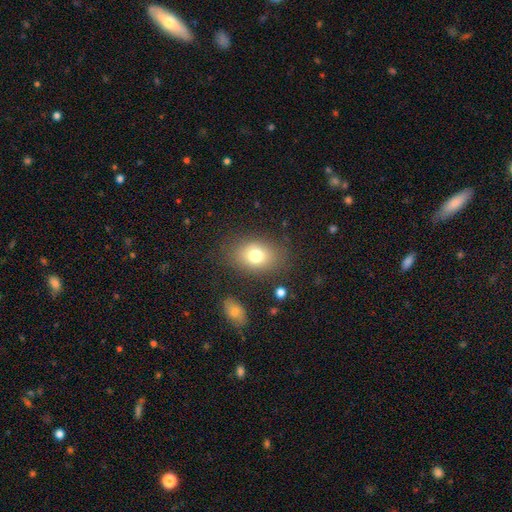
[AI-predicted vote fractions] Morphology: type=smooth (76%); roundness=in between (71%); merging=none (80%).